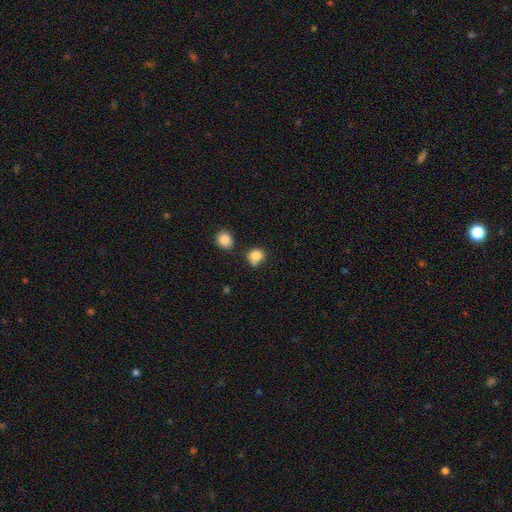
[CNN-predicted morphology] Smooth or featured: smooth — 84% (star or artifact — 11%)
How rounded: round — 79% (in between — 20%)
Merging: none — 64% (minor disturbance — 20%)